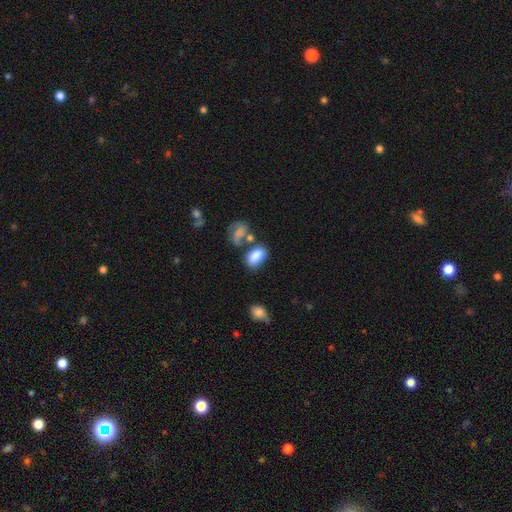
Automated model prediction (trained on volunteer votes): Smooth or featured: smooth — 83% (featured or disk — 9%)
How rounded: in between — 90% (round — 8%)
Merging: none — 50% (merger — 25%)